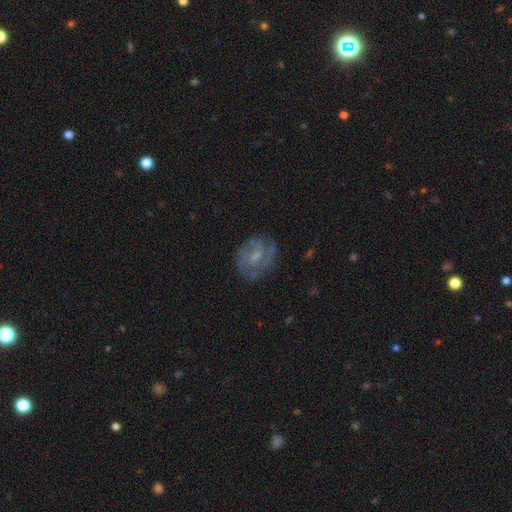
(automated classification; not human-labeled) Morphology: type=featured or disk (62%); edge-on=no (97%); bar=no (51%); spiral arms=yes (70%); bulge=small (48%); merging=none (65%).